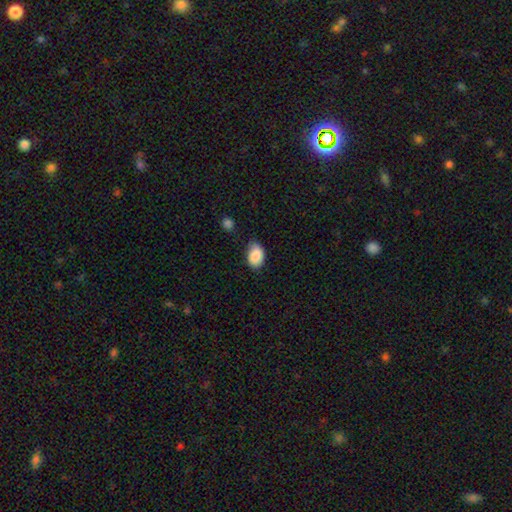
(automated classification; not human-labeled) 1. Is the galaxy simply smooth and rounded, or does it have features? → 87% smooth, 7% star or artifact, 6% featured or disk.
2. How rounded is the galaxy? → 87% in between, 12% round, 1% cigar-shaped.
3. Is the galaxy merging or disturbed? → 70% none, 24% minor disturbance, 4% major disturbance, 3% merger.